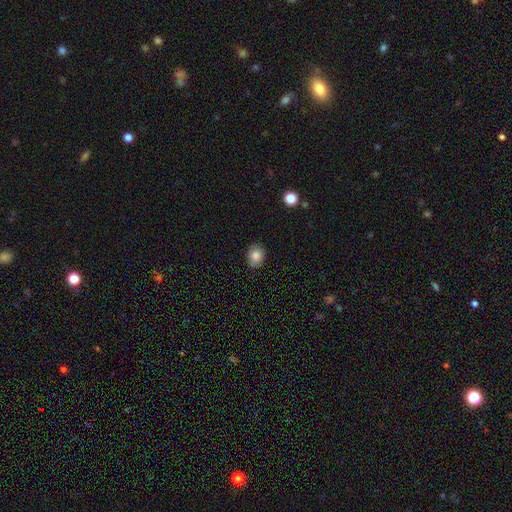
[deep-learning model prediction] A smooth galaxy with no disk features (83%) that is round (50%). Merging: none (86%).